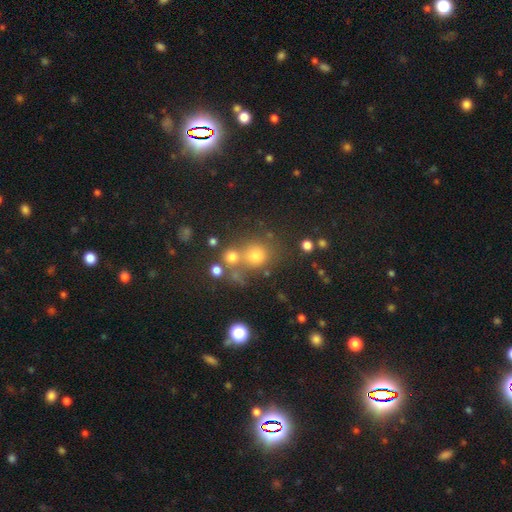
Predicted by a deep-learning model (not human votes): smooth_or_featured: smooth (p=0.72) [alt: star or artifact p=0.18]
how_rounded: round (p=0.82) [alt: in between p=0.17]
merging: none (p=0.52) [alt: merger p=0.29]